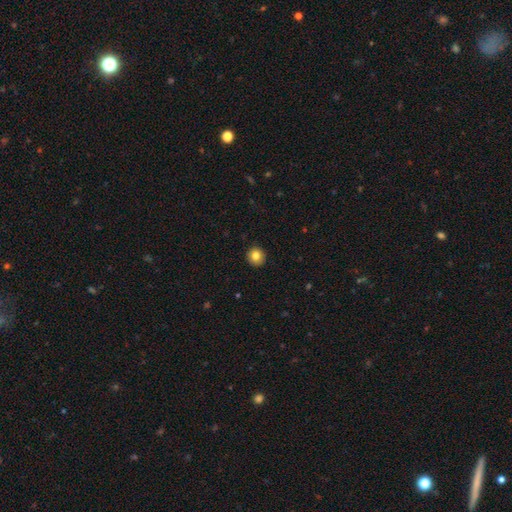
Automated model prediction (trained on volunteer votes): smooth-or-featured: smooth: 82% | star or artifact: 9% | featured or disk: 8%
  how-rounded: round: 94% | in between: 5% | cigar-shaped: 1%
  merging: none: 93% | minor disturbance: 5% | major disturbance: 1% | merger: 1%